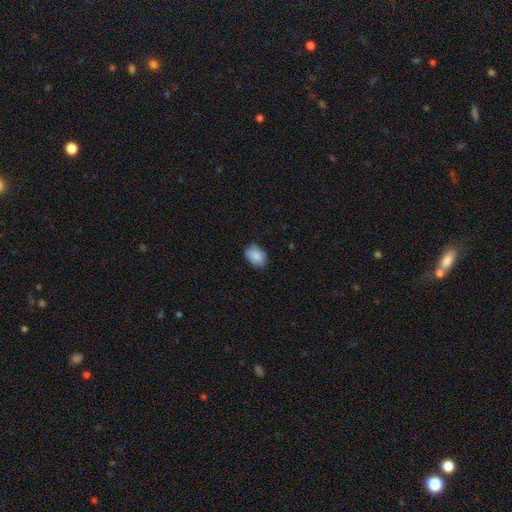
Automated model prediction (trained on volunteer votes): This is clearly a smooth galaxy (87%). How rounded: clearly in between (82%). Merging: likely none (80%).